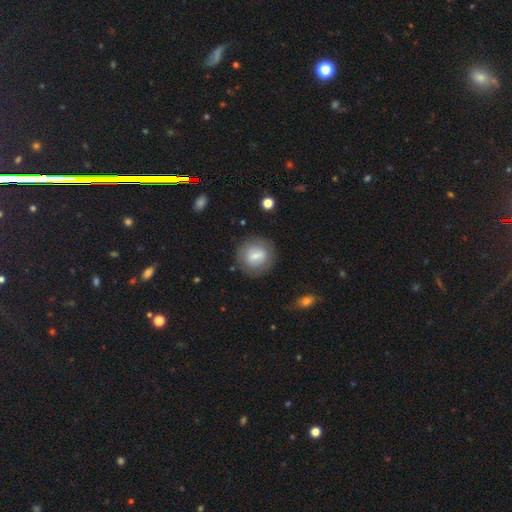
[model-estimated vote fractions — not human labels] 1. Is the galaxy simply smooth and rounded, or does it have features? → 61% smooth, 31% featured or disk, 8% star or artifact.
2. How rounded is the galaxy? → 74% round, 24% in between, 2% cigar-shaped.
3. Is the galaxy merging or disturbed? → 79% none, 13% minor disturbance, 5% major disturbance, 3% merger.